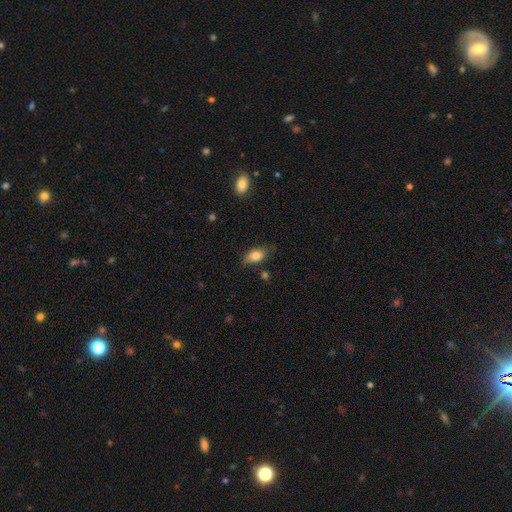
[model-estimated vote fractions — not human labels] smooth-or-featured: smooth: 80% | featured or disk: 12% | star or artifact: 7%
  how-rounded: in between: 87% | round: 7% | cigar-shaped: 6%
  merging: none: 67% | minor disturbance: 25% | major disturbance: 5% | merger: 2%